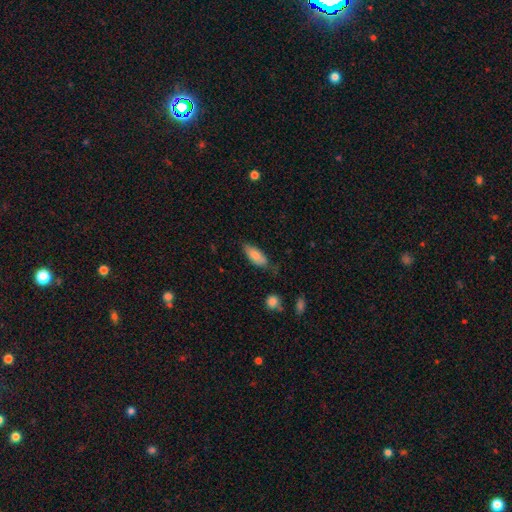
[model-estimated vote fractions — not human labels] smooth-or-featured: smooth: 80% | featured or disk: 13% | star or artifact: 7%
  how-rounded: in between: 79% | cigar-shaped: 19% | round: 2%
  merging: none: 67% | minor disturbance: 25% | major disturbance: 5% | merger: 3%